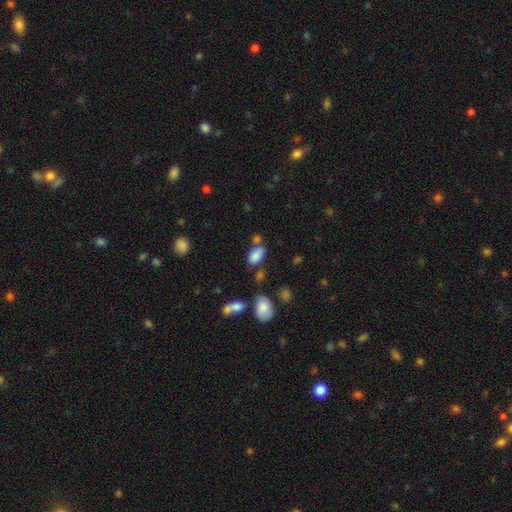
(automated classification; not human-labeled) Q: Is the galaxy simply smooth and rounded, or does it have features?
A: smooth — 84%.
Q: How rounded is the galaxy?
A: in between — 93%.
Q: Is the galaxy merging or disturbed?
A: none — 59%.